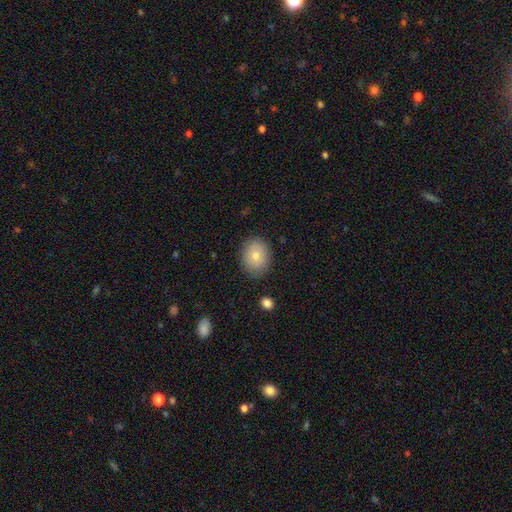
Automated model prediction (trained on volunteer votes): Smooth or featured? smooth (77%)
How rounded? round (55%)
Merging? none (83%)